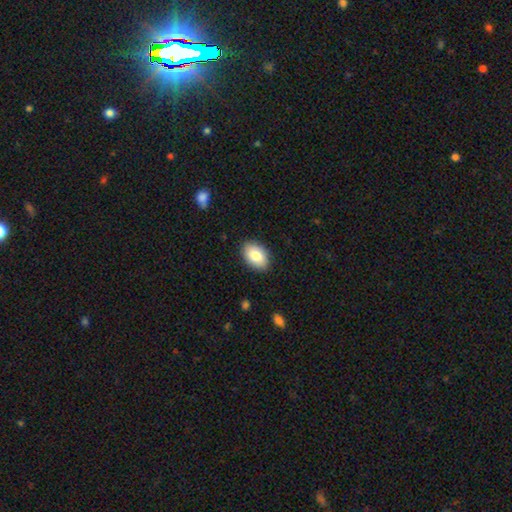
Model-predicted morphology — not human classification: smooth-or-featured: smooth: 85% | featured or disk: 9% | star or artifact: 6%
  how-rounded: in between: 92% | round: 7% | cigar-shaped: 1%
  merging: none: 88% | minor disturbance: 9% | major disturbance: 2% | merger: 1%